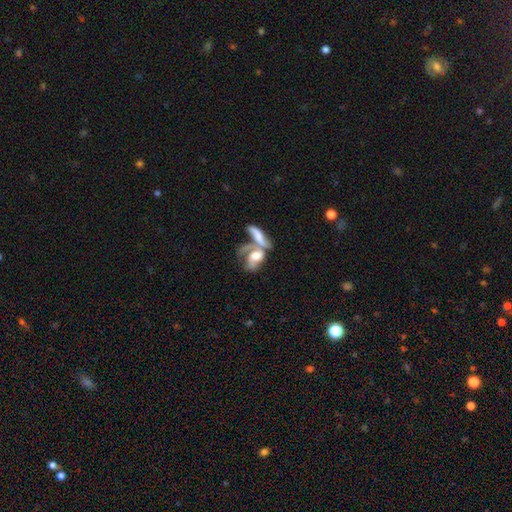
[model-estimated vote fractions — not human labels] A featured or disk galaxy (48%). Merging: merger (63%).